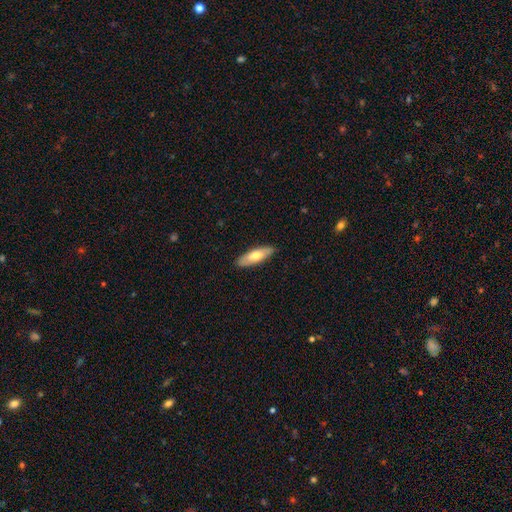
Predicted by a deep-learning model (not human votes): A smooth galaxy with no disk features (64%) that is in between round and cigar-shaped (56%). Merging: none (88%).